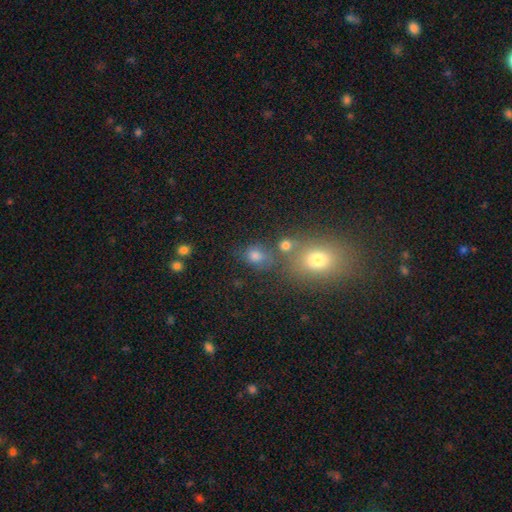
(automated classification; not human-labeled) A smooth galaxy with no disk features (70%) that is round (59%). Merging: none (65%).